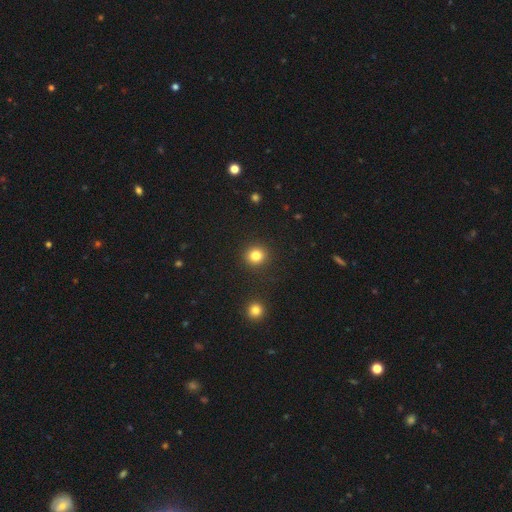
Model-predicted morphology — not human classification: This appears to be a smooth galaxy with no disk features (83%) that is round (88%). Merging: none (91%).